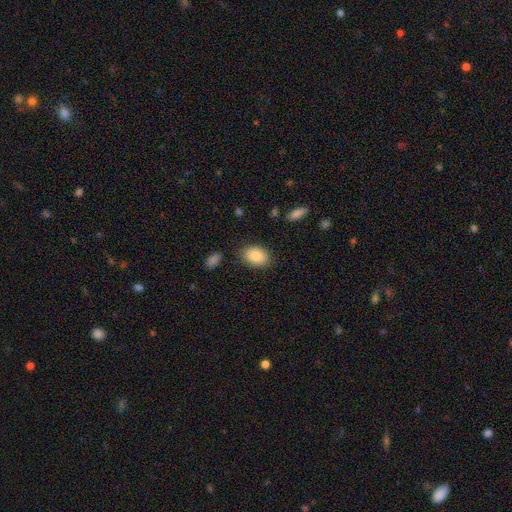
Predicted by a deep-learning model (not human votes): Q: Smooth or featured?
A: smooth (86%); runner-up: featured or disk (7%)
Q: How rounded?
A: in between (84%); runner-up: round (15%)
Q: Merging?
A: none (81%); runner-up: minor disturbance (14%)